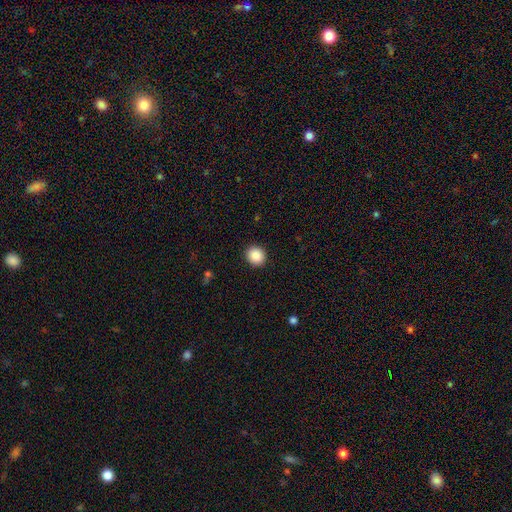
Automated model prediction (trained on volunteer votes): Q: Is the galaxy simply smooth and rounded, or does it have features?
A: smooth — 88%.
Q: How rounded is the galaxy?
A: round — 81%.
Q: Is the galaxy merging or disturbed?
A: none — 92%.